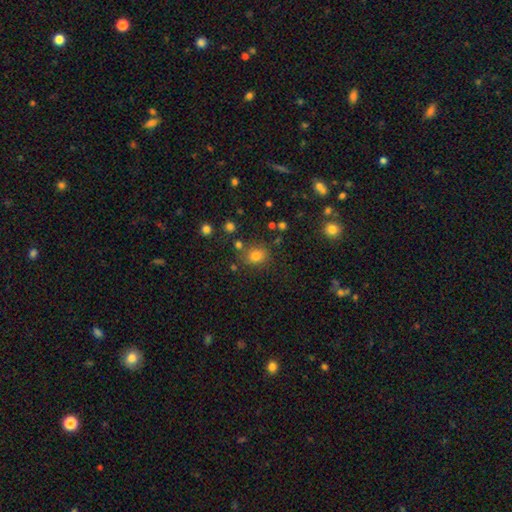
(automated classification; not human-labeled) smooth_or_featured: smooth (p=0.78) [alt: star or artifact p=0.15]
how_rounded: round (p=0.62) [alt: in between p=0.37]
merging: none (p=0.77) [alt: minor disturbance p=0.12]